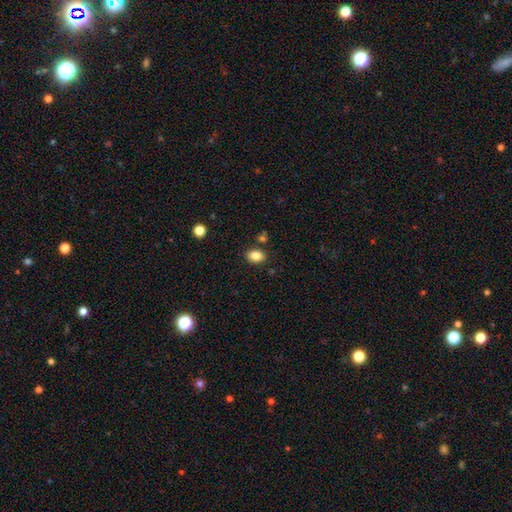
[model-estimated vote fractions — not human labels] A smooth galaxy with no disk features (86%) that is in between round and cigar-shaped (78%).

Vote fractions:
- Smooth or featured? smooth: 86% / star or artifact: 9% / featured or disk: 5%
- How rounded? in between: 78% / round: 21% / cigar-shaped: 1%
- Merging? none: 83% / minor disturbance: 10% / merger: 4% / major disturbance: 2%